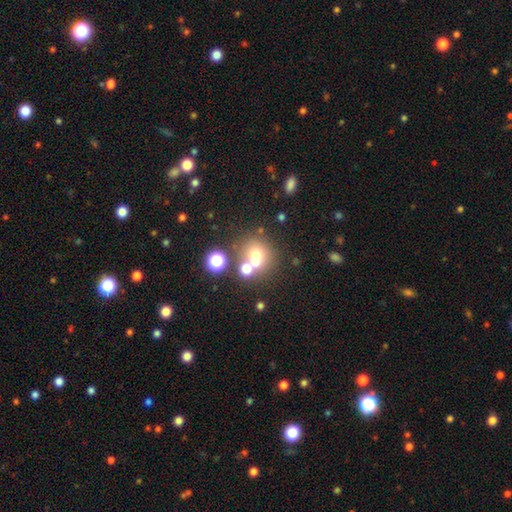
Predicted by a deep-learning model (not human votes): smooth_or_featured: smooth (p=0.61) [alt: star or artifact p=0.20]
how_rounded: round (p=0.81) [alt: in between p=0.18]
merging: none (p=0.48) [alt: merger p=0.38]